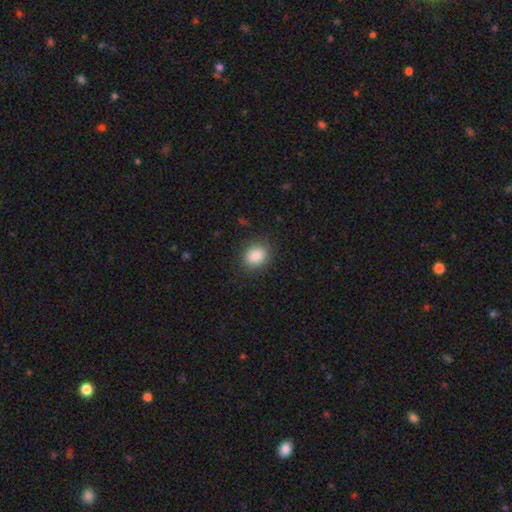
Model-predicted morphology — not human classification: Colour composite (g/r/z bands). It shows a smooth galaxy with no disk features (88%) that is round (59%). Merging: none (86%).